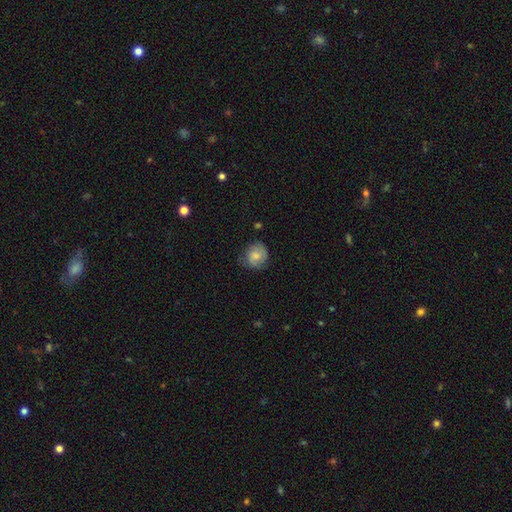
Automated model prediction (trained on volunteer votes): A smooth galaxy with no disk features (67%) that is round (77%).

Vote fractions:
- Smooth or featured? smooth: 67% / featured or disk: 26% / star or artifact: 7%
- How rounded? round: 77% / in between: 22% / cigar-shaped: 1%
- Merging? none: 67% / minor disturbance: 25% / major disturbance: 6% / merger: 1%